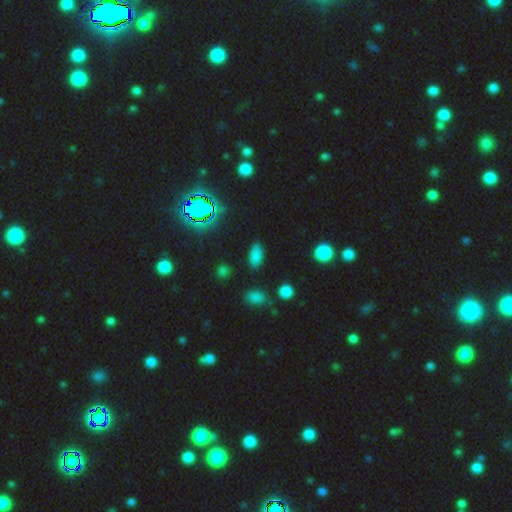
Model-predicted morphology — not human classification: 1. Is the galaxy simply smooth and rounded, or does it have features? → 72% smooth, 21% star or artifact, 6% featured or disk.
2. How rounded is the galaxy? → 89% in between, 6% cigar-shaped, 5% round.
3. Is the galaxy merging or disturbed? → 85% none, 10% minor disturbance, 3% major disturbance, 2% merger.